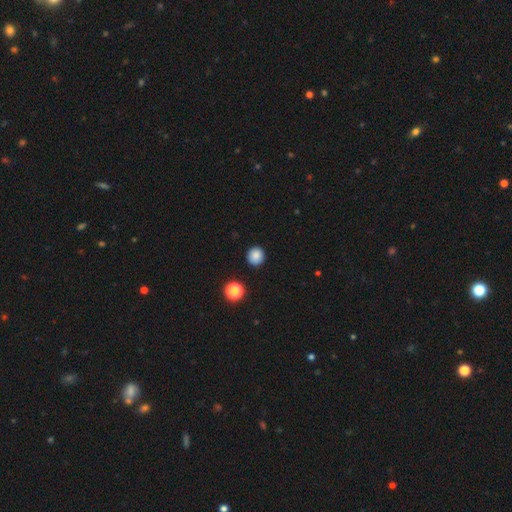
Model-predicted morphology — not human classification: This is clearly a smooth galaxy (85%). How rounded: clearly round (92%). Merging: clearly none (91%).